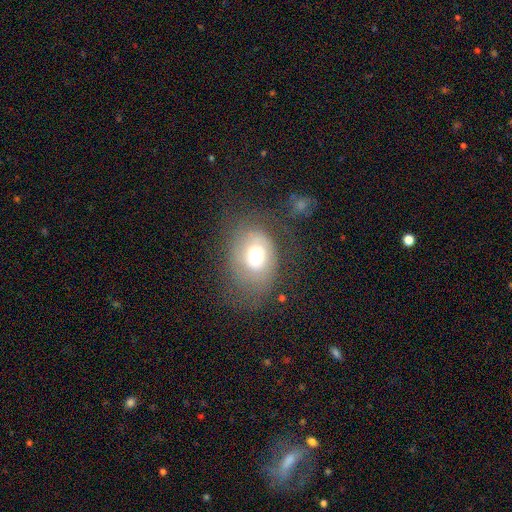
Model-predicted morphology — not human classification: smooth_or_featured: smooth (p=0.59) [alt: featured or disk p=0.29]
how_rounded: in between (p=0.56) [alt: round p=0.43]
merging: none (p=0.51) [alt: major disturbance p=0.25]